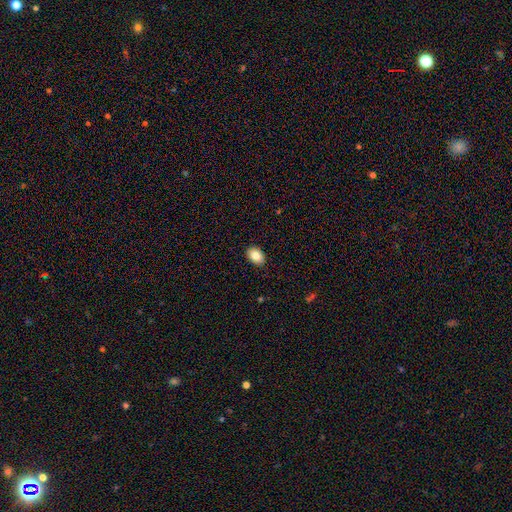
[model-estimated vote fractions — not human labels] smooth-or-featured: smooth: 85% | star or artifact: 8% | featured or disk: 8%
  how-rounded: in between: 82% | round: 17% | cigar-shaped: 1%
  merging: none: 90% | minor disturbance: 8% | major disturbance: 2% | merger: 1%